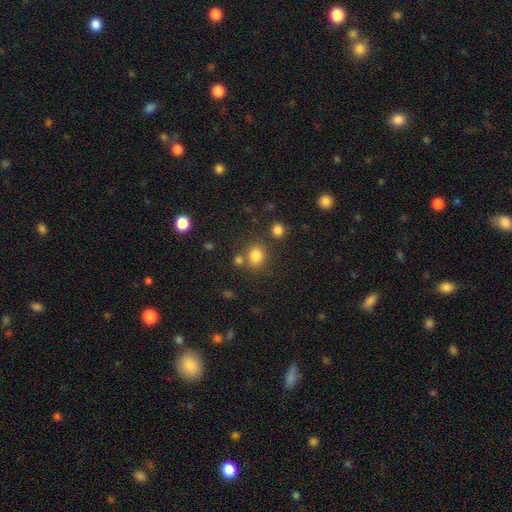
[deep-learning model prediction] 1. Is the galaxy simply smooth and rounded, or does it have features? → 81% smooth, 13% star or artifact, 6% featured or disk.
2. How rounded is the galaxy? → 60% round, 39% in between, 1% cigar-shaped.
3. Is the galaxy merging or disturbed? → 68% none, 16% merger, 12% minor disturbance, 5% major disturbance.